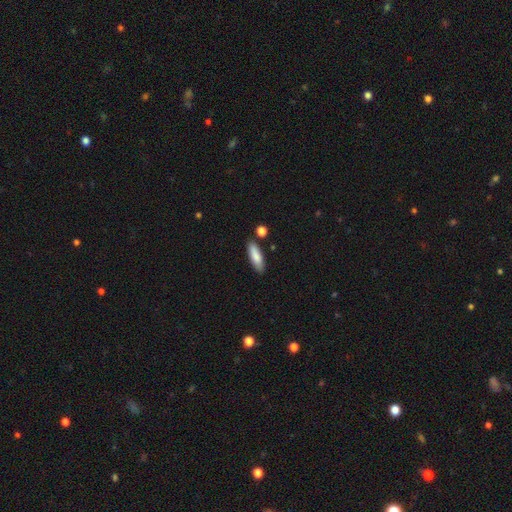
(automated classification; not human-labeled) This is clearly a smooth galaxy (85%). How rounded: possibly in between (50%). Merging: clearly none (81%).